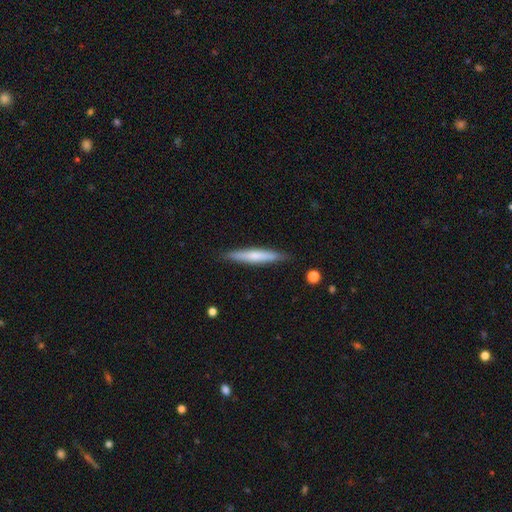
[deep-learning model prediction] Smooth or featured?
  - smooth: 60% *
  - featured or disk: 35%
  - star or artifact: 5%
How rounded?
  - cigar-shaped: 93% *
  - in between: 6%
  - round: 1%
Merging?
  - none: 88% *
  - minor disturbance: 9%
  - major disturbance: 2%
  - merger: 1%